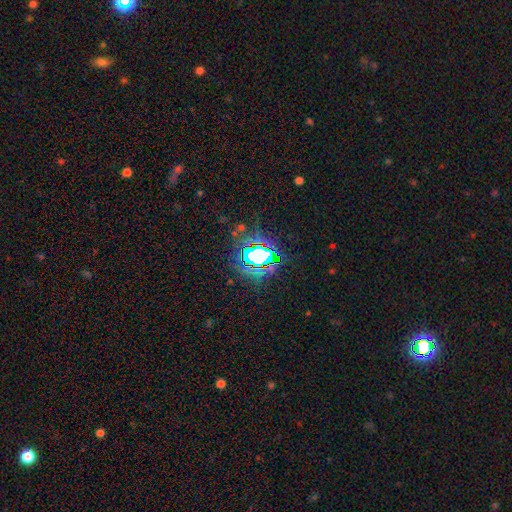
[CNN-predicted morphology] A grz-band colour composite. It shows a star or artifact, not a galaxy (67%).